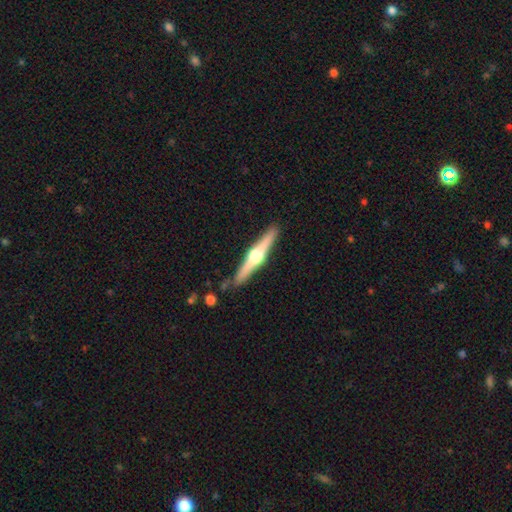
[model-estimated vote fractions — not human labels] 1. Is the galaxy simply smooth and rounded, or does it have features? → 75% featured or disk, 20% smooth, 5% star or artifact.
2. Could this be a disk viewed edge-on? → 98% yes, 2% no.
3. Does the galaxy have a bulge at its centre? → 94% rounded, 4% boxy, 2% none.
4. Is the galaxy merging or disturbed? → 87% none, 8% minor disturbance, 2% merger, 2% major disturbance.